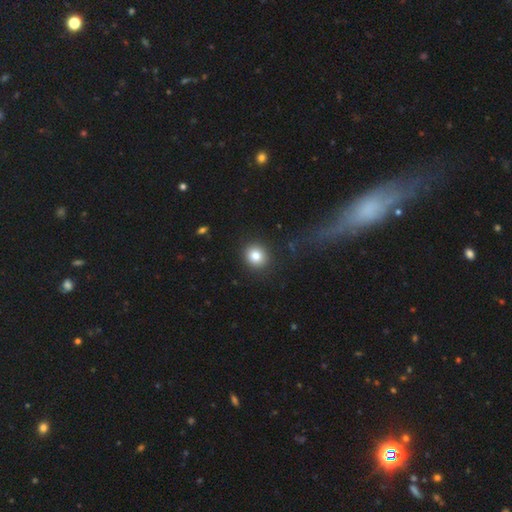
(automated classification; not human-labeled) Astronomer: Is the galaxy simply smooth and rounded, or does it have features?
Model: smooth — 82%.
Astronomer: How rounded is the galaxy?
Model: round — 84%.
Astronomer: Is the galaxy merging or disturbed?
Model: none — 89%.